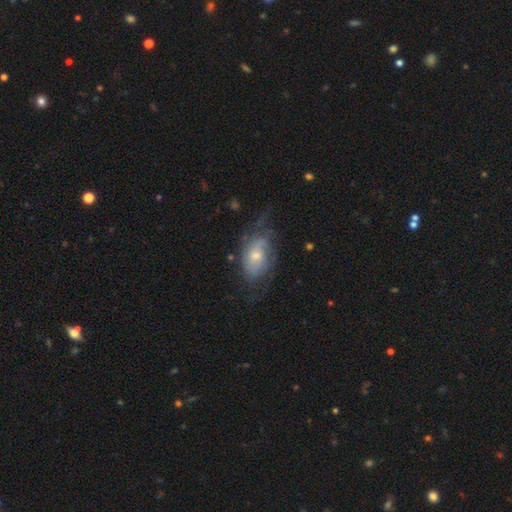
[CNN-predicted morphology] This appears to be a featured or disk galaxy (58%) with no bar (73%), spiral arms (71%) and a moderate central bulge (47%). Merging: none (46%).